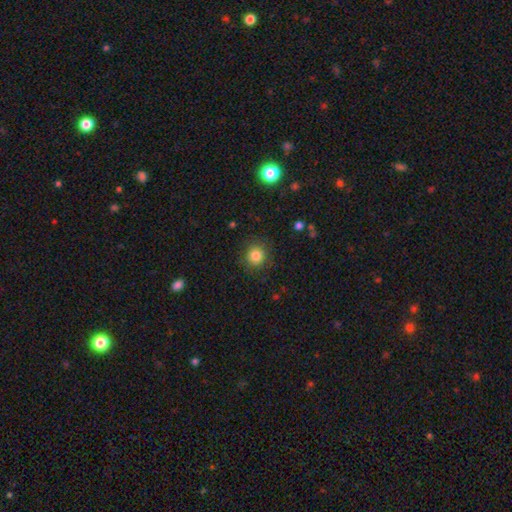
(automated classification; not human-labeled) This is clearly a smooth galaxy (83%). How rounded: clearly round (88%). Merging: clearly none (85%).